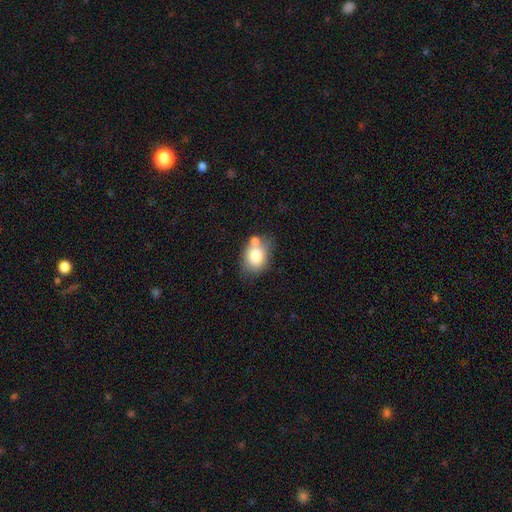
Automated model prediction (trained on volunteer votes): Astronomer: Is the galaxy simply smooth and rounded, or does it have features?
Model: smooth — 77%.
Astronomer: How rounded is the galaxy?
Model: in between — 65%.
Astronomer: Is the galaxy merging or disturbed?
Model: none — 52%.